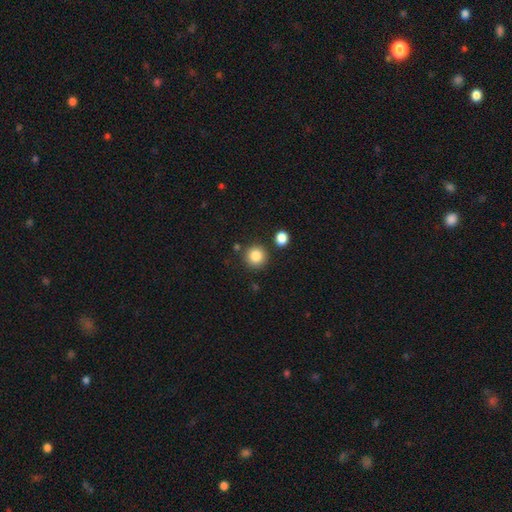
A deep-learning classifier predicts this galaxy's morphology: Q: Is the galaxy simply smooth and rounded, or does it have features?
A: smooth — 85%.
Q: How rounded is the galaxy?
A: round — 93%.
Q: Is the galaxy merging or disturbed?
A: none — 86%.